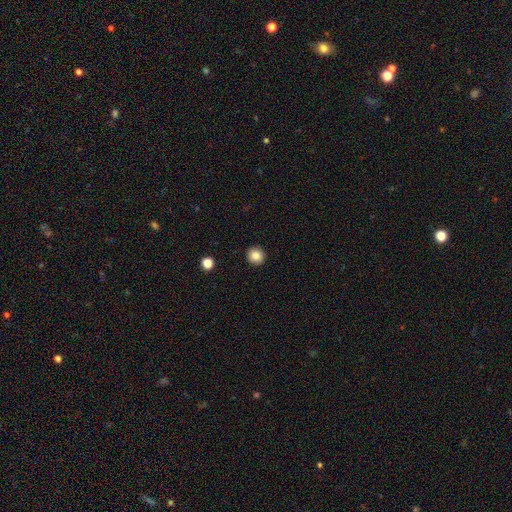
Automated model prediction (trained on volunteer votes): smooth-or-featured: smooth: 85% | star or artifact: 10% | featured or disk: 5%
  how-rounded: round: 95% | in between: 4% | cigar-shaped: 1%
  merging: none: 93% | minor disturbance: 4% | major disturbance: 1% | merger: 1%